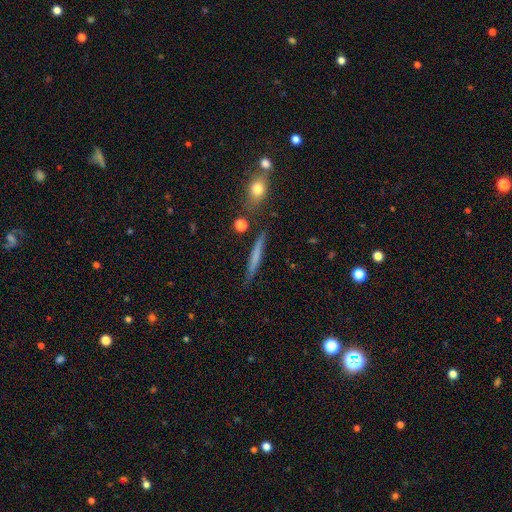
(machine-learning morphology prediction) A smooth galaxy with no disk features (55%) that is cigar-shaped (93%).

Vote fractions:
- Smooth or featured? smooth: 55% / featured or disk: 37% / star or artifact: 7%
- How rounded? cigar-shaped: 93% / in between: 4% / round: 3%
- Merging? none: 81% / minor disturbance: 12% / merger: 4% / major disturbance: 3%